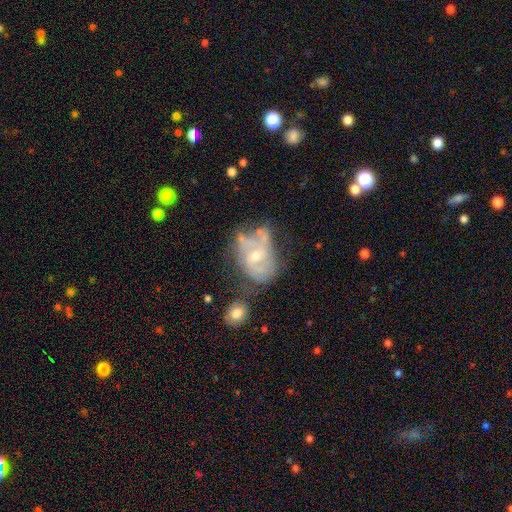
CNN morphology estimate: smooth_or_featured: featured or disk (p=0.75) [alt: smooth p=0.17]
disk_edge_on: no (p=0.97) [alt: yes p=0.03]
bar: no (p=0.63) [alt: weak p=0.31]
has_spiral_arms: yes (p=0.73) [alt: no p=0.27]
spiral_winding: medium (p=0.40) [alt: tight p=0.39]
spiral_arm_count: can't tell (p=0.41) [alt: 2 p=0.33]
bulge_size: moderate (p=0.51) [alt: small p=0.44]
merging: none (p=0.39) [alt: minor disturbance p=0.27]